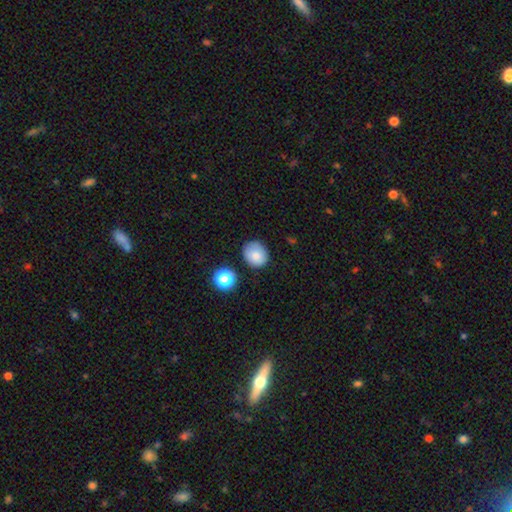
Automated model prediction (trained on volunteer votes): The model was most divided on "how rounded": round: 72%, in between: 27%, cigar-shaped: 1%. More confident: smooth or featured — smooth (80%); merging — none (76%).